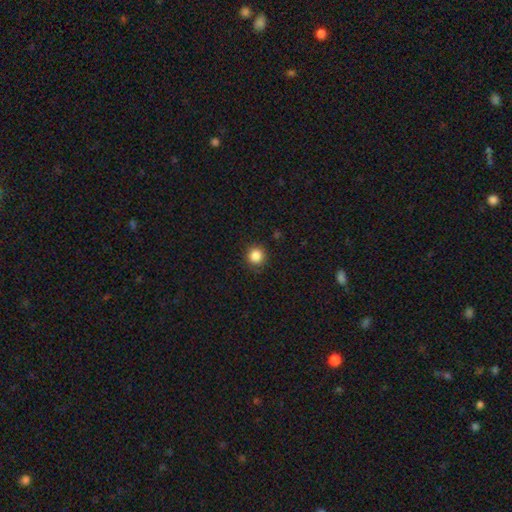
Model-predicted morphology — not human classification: Smooth or featured: smooth — 86% (star or artifact — 11%)
How rounded: round — 94% (in between — 5%)
Merging: none — 91% (minor disturbance — 6%)